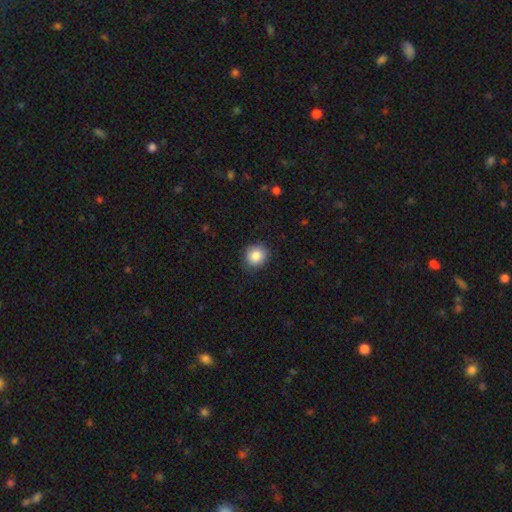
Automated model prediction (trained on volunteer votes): This appears to be a smooth galaxy with no disk features (86%) that is round (86%). Merging: none (88%).